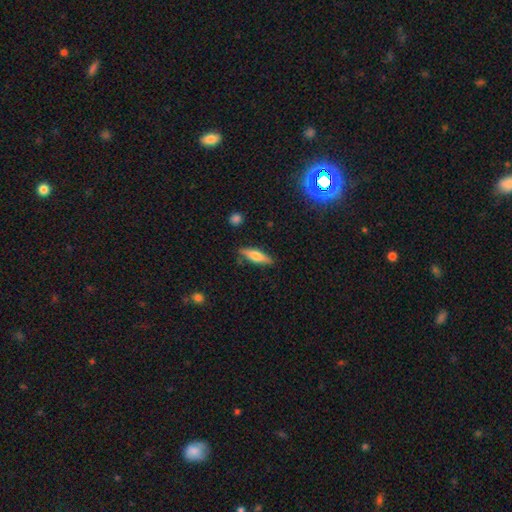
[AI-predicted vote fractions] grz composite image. It shows a smooth galaxy with no disk features (59%) that is cigar-shaped (63%). Merging: none (85%).